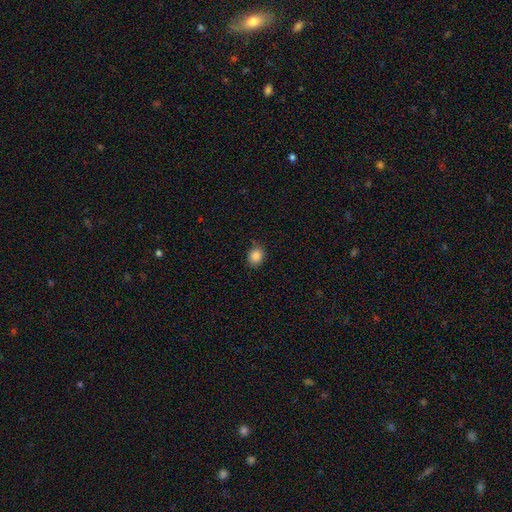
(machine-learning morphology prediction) Overall: smooth (85%). How rounded: round (57%; in between 42%). Merging: none (81%).